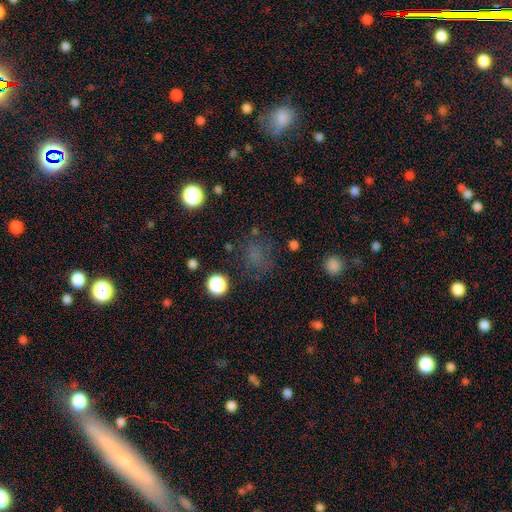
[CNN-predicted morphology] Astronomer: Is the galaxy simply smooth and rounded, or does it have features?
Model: smooth — 60%.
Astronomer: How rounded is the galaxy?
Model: round — 68%.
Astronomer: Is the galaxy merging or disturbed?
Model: none — 67%.